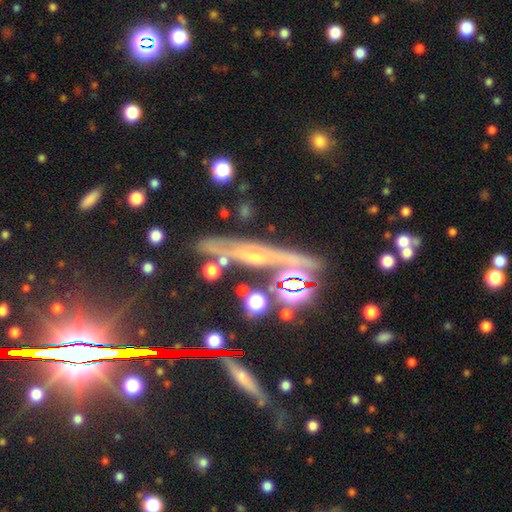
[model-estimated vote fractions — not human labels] The model was most divided on "smooth or featured": featured or disk: 44%, star or artifact: 34%, smooth: 21%. More confident: merging — none (64%).